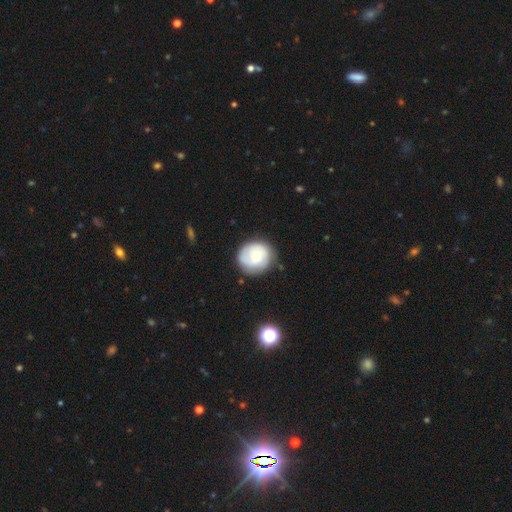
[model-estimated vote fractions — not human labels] Morphology: type=featured or disk (50%); merging=none (76%).